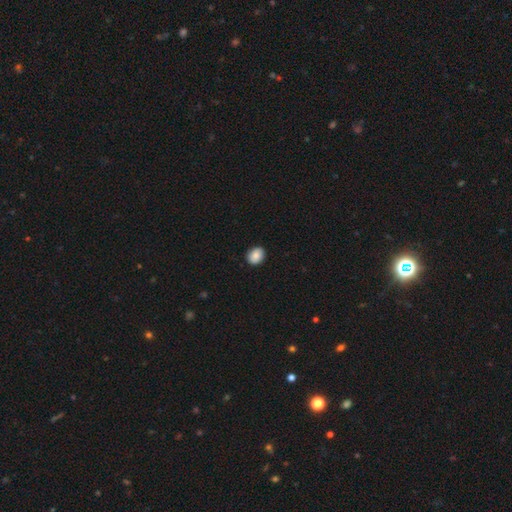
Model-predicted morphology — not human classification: type=smooth (84%); roundness=in between (50%); merging=none (88%).